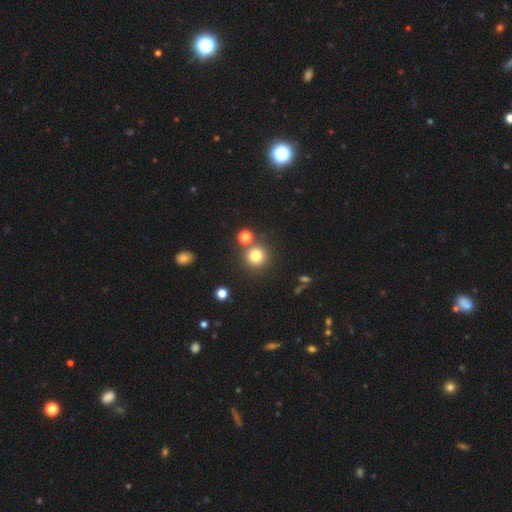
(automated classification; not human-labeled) Smooth or featured? smooth (79%)
How rounded? round (94%)
Merging? none (79%)